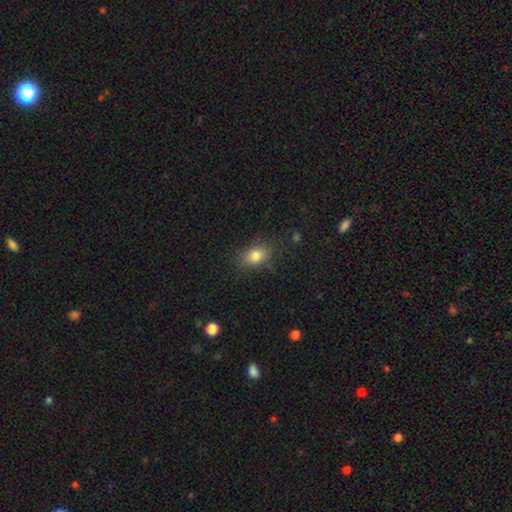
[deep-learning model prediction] smooth-or-featured: smooth: 81% | star or artifact: 11% | featured or disk: 8%
  how-rounded: in between: 75% | round: 23% | cigar-shaped: 2%
  merging: none: 79% | minor disturbance: 15% | major disturbance: 5% | merger: 2%